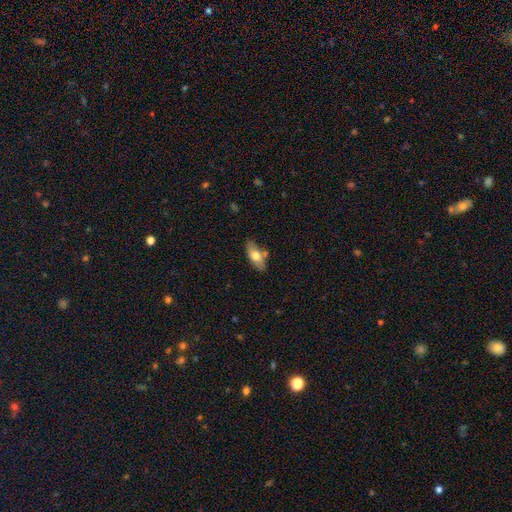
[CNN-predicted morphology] Smooth or featured: smooth — 67% (featured or disk — 27%)
How rounded: in between — 81% (cigar-shaped — 16%)
Merging: none — 71% (minor disturbance — 17%)